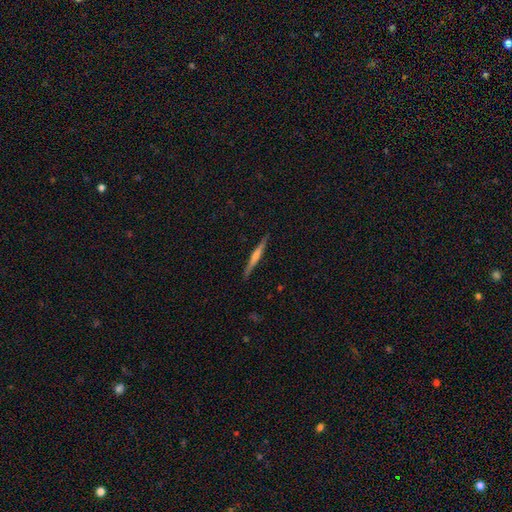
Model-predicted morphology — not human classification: type=featured or disk (65%); edge-on=yes (98%); edge-on bulge=rounded (59%); merging=none (91%).